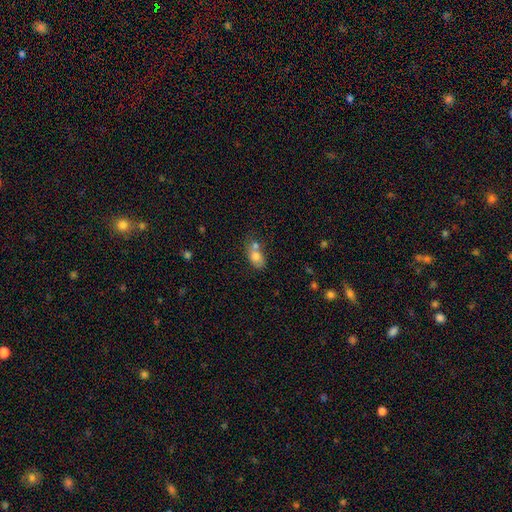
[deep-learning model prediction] Morphology: type=smooth (72%); roundness=in between (72%); merging=merger (51%).